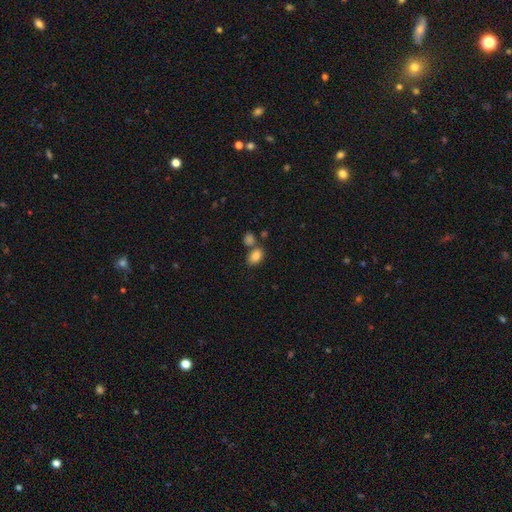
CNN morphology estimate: Smooth or featured? smooth (84%)
How rounded? in between (81%)
Merging? none (60%)